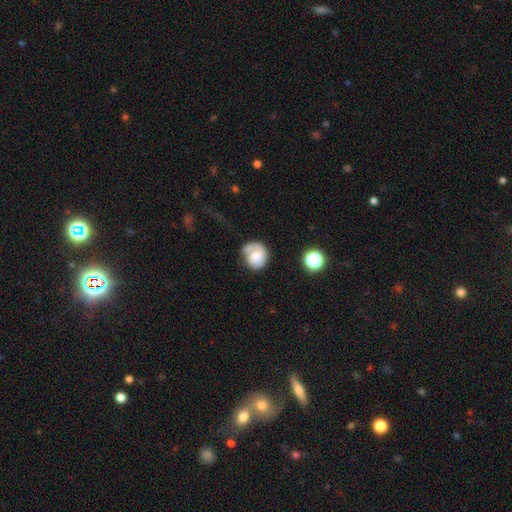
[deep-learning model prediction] Morphology: type=featured or disk (48%); merging=none (51%).